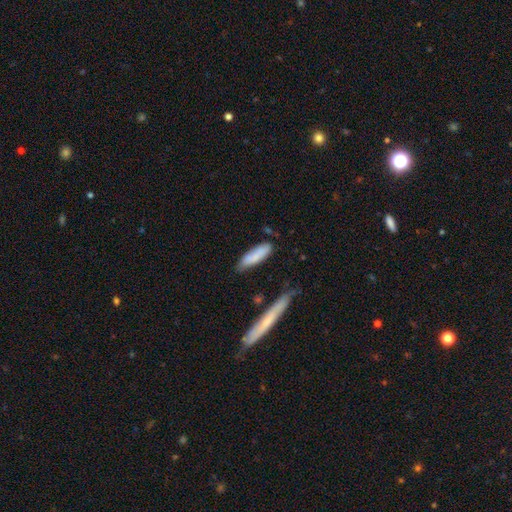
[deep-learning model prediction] Overall: smooth (78%). How rounded: cigar-shaped (56%; in between 42%). Merging: none (65%).